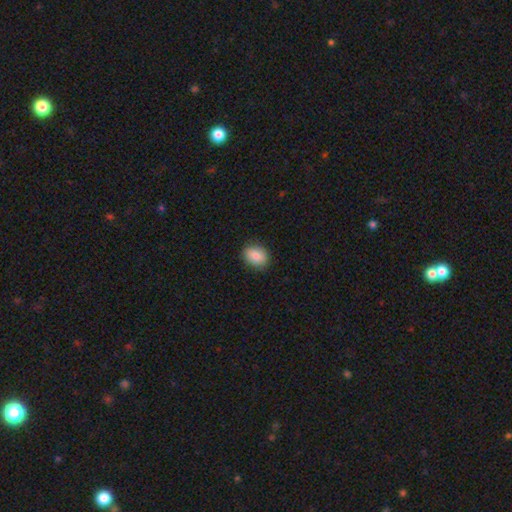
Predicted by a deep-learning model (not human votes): A smooth galaxy with no disk features (84%) that is in between round and cigar-shaped (61%).

Vote fractions:
- Smooth or featured? smooth: 84% / featured or disk: 8% / star or artifact: 8%
- How rounded? in between: 61% / round: 38% / cigar-shaped: 1%
- Merging? none: 86% / minor disturbance: 11% / major disturbance: 2% / merger: 1%